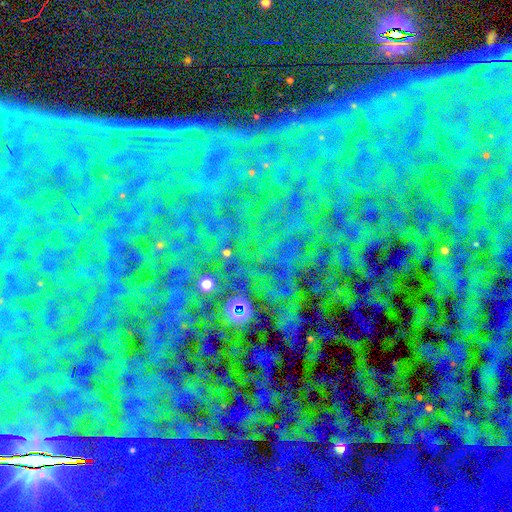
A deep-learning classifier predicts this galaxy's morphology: This appears to be a star or artifact, not a galaxy (87%).